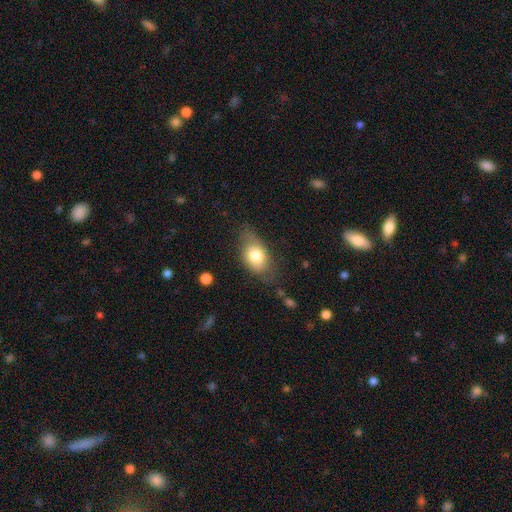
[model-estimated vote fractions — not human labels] A smooth galaxy with no disk features (75%) that is in between round and cigar-shaped (83%).

Vote fractions:
- Smooth or featured? smooth: 75% / featured or disk: 18% / star or artifact: 7%
- How rounded? in between: 83% / round: 13% / cigar-shaped: 3%
- Merging? none: 63% / minor disturbance: 26% / major disturbance: 9% / merger: 2%